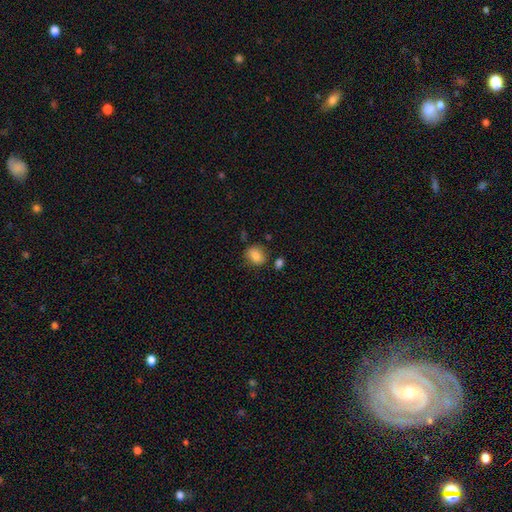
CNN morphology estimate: Smooth or featured: smooth — 85% (star or artifact — 9%)
How rounded: round — 51% (in between — 48%)
Merging: none — 70% (minor disturbance — 19%)